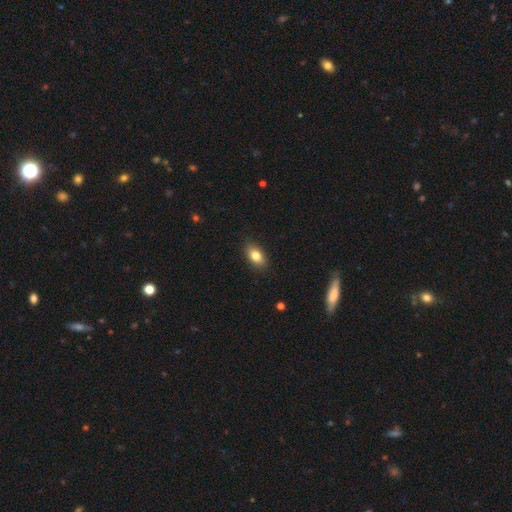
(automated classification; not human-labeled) The model was most divided on "smooth or featured": smooth: 82%, featured or disk: 10%, star or artifact: 9%. More confident: merging — none (87%); how rounded — in between (86%).